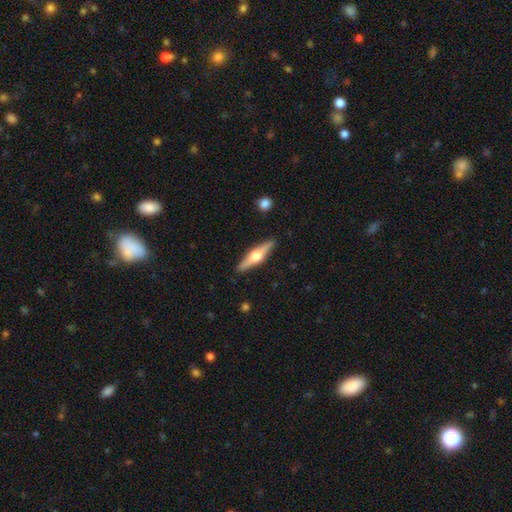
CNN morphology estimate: featured or disk 67%, smooth 28%, star or artifact 5%. Down the decision tree: edge-on disk — yes (97%); edge-on bulge — rounded (96%); merging — none (90%).